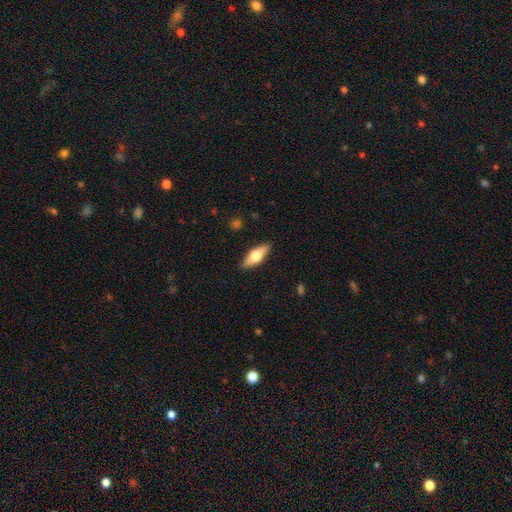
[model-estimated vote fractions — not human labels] Smooth or featured: smooth — 49% (featured or disk — 45%)
Merging: none — 89% (minor disturbance — 8%)